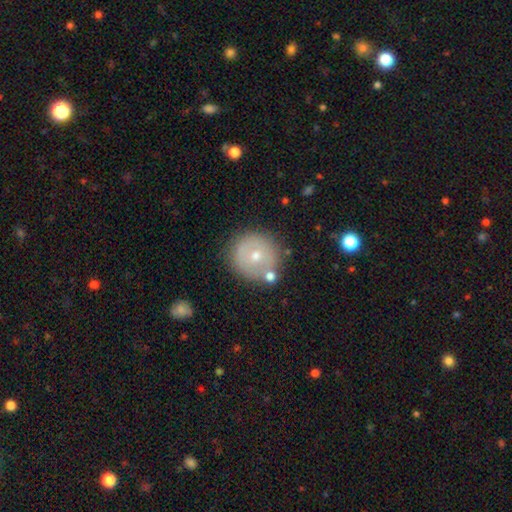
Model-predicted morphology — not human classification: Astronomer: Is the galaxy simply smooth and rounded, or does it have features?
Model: smooth — 61%.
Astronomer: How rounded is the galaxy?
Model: round — 94%.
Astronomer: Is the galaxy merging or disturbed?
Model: none — 76%.